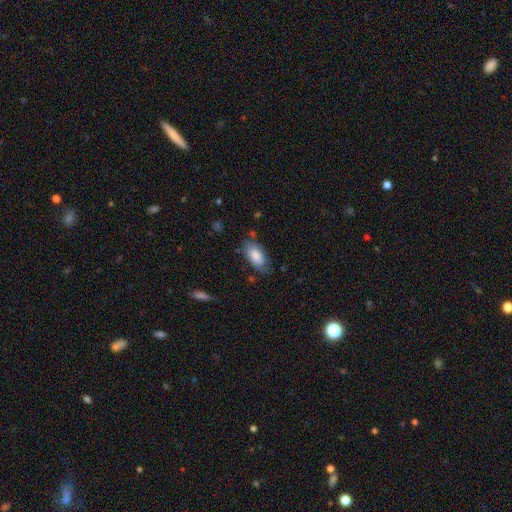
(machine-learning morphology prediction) smooth_or_featured: smooth (p=0.80) [alt: featured or disk p=0.14]
how_rounded: in between (p=0.93) [alt: cigar-shaped p=0.04]
merging: none (p=0.66) [alt: minor disturbance p=0.25]